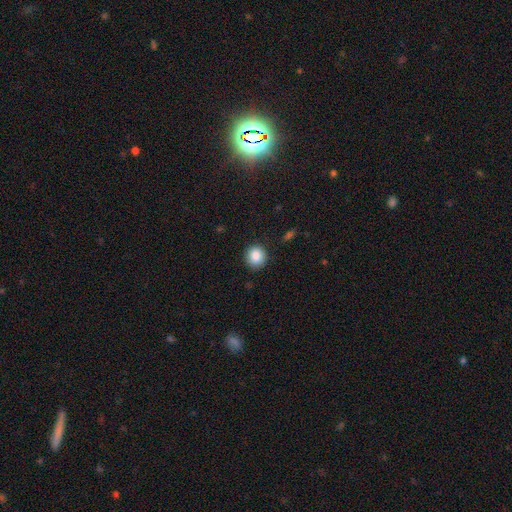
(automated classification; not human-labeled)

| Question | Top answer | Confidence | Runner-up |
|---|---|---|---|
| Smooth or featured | smooth | 86% | star or artifact (9%) |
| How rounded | round | 89% | in between (10%) |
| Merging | none | 88% | minor disturbance (9%) |